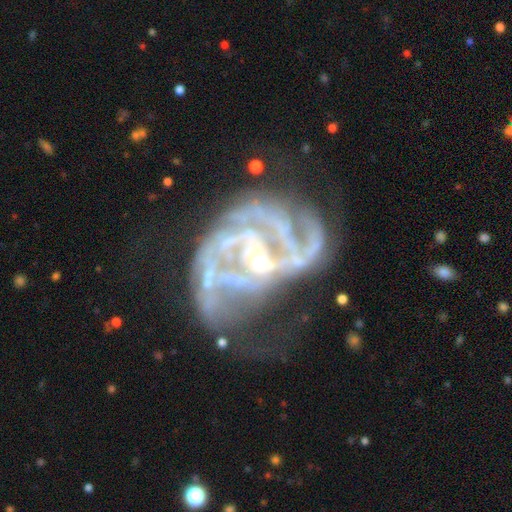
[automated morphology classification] Overall: featured or disk (89%). Edge-on disk: no (98%). Bar: no (42%; weak 38%). Spiral arms: yes (92%). Spiral arm count: 3 (26%, tied with 2). Spiral winding: medium (46%; tight 34%). Bulge size: small (63%). Merging: major disturbance (42%; none 32%).